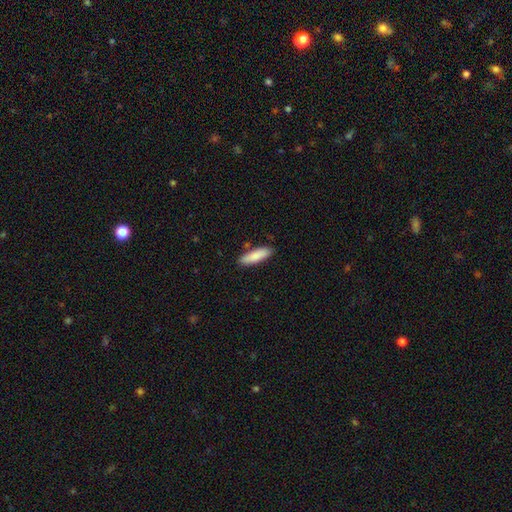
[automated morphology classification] Smooth or featured: smooth — 84% (featured or disk — 11%)
How rounded: cigar-shaped — 57% (in between — 42%)
Merging: none — 85% (minor disturbance — 10%)